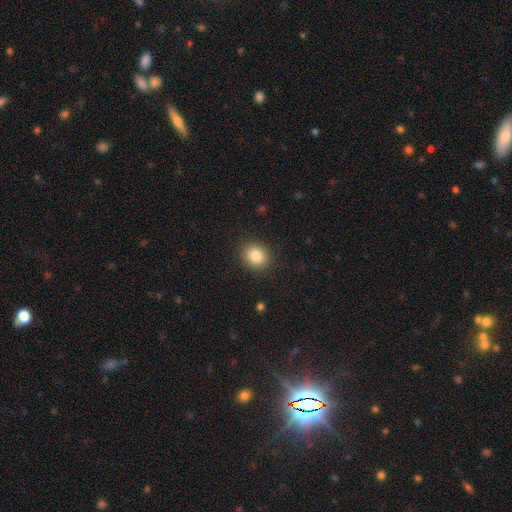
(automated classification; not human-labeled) smooth-or-featured: smooth: 83% | star or artifact: 10% | featured or disk: 7%
  how-rounded: round: 67% | in between: 32% | cigar-shaped: 1%
  merging: none: 89% | minor disturbance: 8% | major disturbance: 2% | merger: 1%